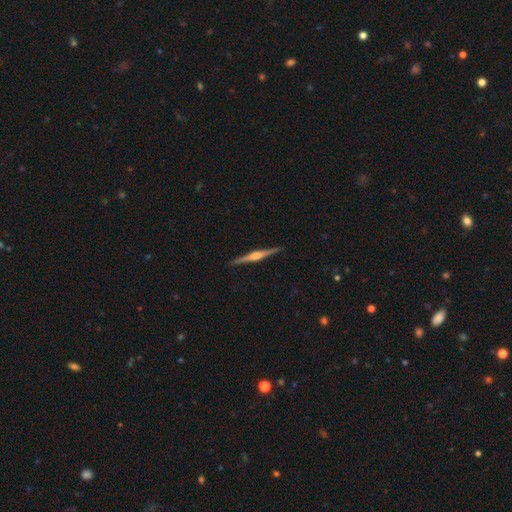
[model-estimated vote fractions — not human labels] smooth_or_featured: featured or disk (p=0.83) [alt: smooth p=0.12]
disk_edge_on: yes (p=0.99) [alt: no p=0.01]
edge_on_bulge: rounded (p=0.79) [alt: boxy p=0.16]
merging: none (p=0.92) [alt: minor disturbance p=0.06]